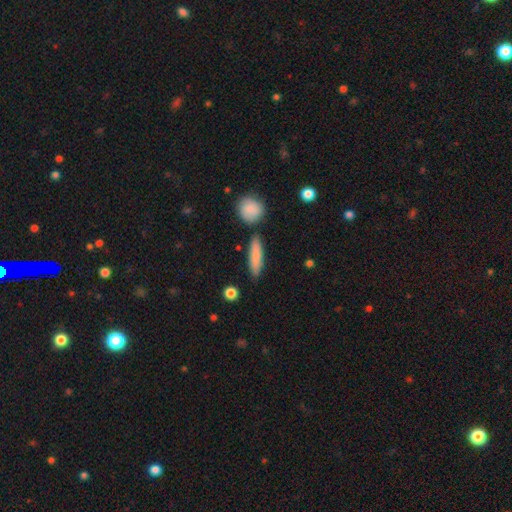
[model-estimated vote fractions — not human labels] smooth_or_featured: smooth (p=0.82) [alt: featured or disk p=0.12]
how_rounded: cigar-shaped (p=0.75) [alt: in between p=0.23]
merging: none (p=0.81) [alt: minor disturbance p=0.10]